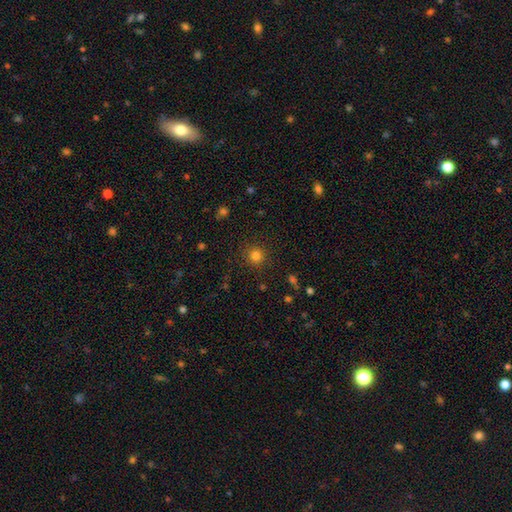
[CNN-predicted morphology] Overall: smooth (81%). How rounded: round (94%). Merging: none (89%).